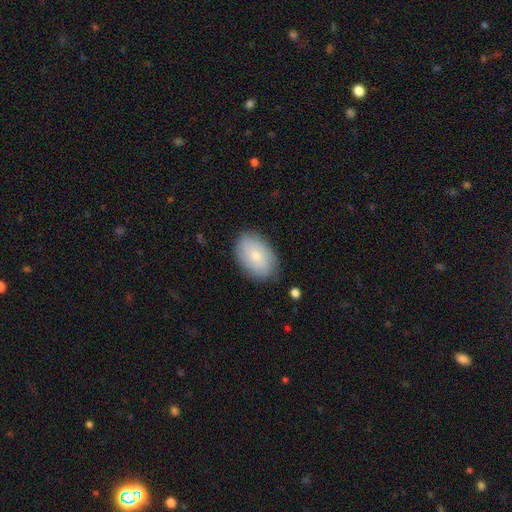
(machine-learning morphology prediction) This is likely a smooth galaxy (74%). How rounded: clearly in between (88%). Merging: clearly none (84%).